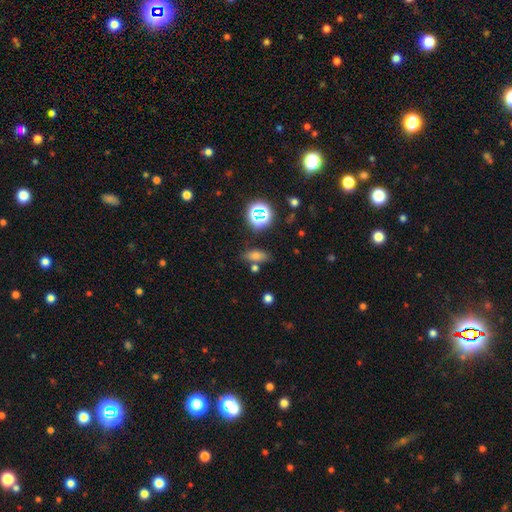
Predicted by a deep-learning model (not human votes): Smooth or featured: smooth — 58% (star or artifact — 30%)
How rounded: in between — 66% (cigar-shaped — 18%)
Merging: none — 72% (minor disturbance — 13%)